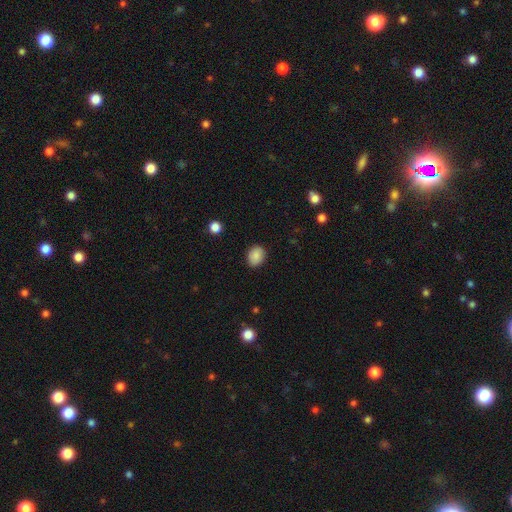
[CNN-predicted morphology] This is clearly a smooth galaxy (87%). How rounded: possibly in between (52%). Merging: clearly none (86%).